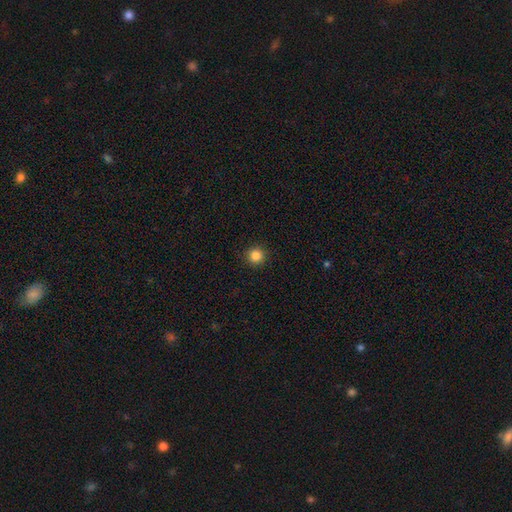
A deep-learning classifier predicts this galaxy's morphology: Overall: smooth (85%). How rounded: round (95%). Merging: none (93%).